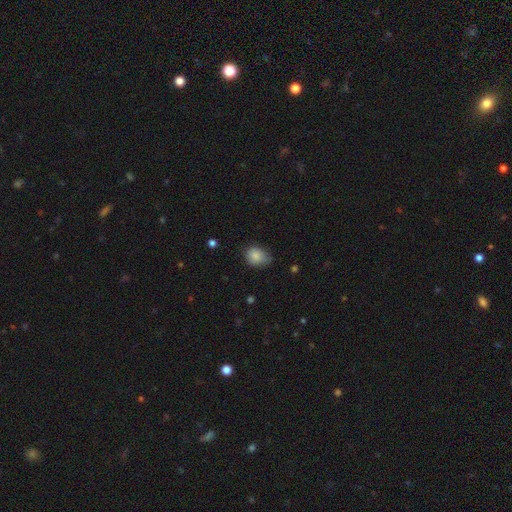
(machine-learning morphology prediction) Overall: smooth (85%). How rounded: round (51%; in between 48%). Merging: none (53%; minor disturbance 37%).